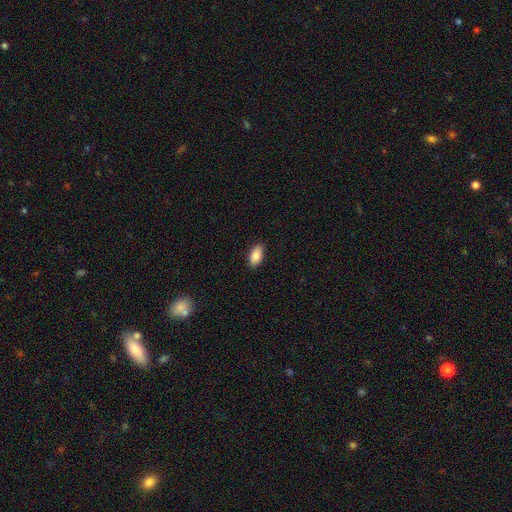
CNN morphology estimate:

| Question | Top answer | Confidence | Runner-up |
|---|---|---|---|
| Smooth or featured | smooth | 87% | star or artifact (7%) |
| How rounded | in between | 92% | cigar-shaped (4%) |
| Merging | none | 89% | minor disturbance (8%) |